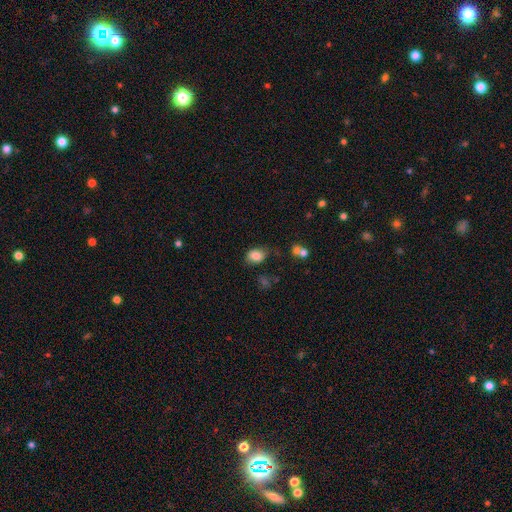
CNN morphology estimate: Smooth or featured? Predicted: smooth (p=0.84). How rounded? Predicted: in between (p=0.69). Merging? Predicted: none (p=0.67).